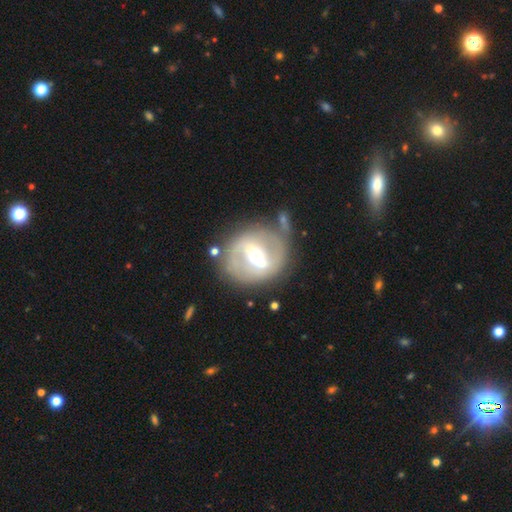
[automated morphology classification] Smooth or featured?
  - featured or disk: 80% *
  - smooth: 14%
  - star or artifact: 6%
Edge-on disk?
  - no: 96% *
  - yes: 4%
Bar?
  - strong: 49% *
  - weak: 37%
  - no: 14%
Spiral arms?
  - yes: 80% *
  - no: 20%
Spiral winding?
  - medium: 42% *
  - loose: 30%
  - tight: 28%
Spiral arm count?
  - 2: 82% *
  - can't tell: 10%
  - 1: 3%
  - 3: 3%
  - 4: 1%
  - more than 4: 1%
Bulge size?
  - moderate: 55% *
  - small: 38%
  - large: 5%
  - dominant: 1%
  - none: 1%
Merging?
  - none: 67% *
  - minor disturbance: 16%
  - major disturbance: 9%
  - merger: 7%